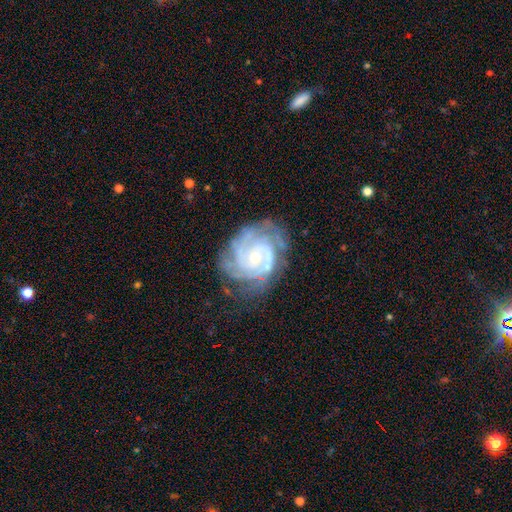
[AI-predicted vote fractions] Smooth or featured? featured or disk (88%)
Edge-on disk? no (98%)
Bar? no (66%)
Spiral arms? yes (97%)
Spiral winding? tight (67%)
Spiral arm count? 3 (27%)
Bulge size? small (70%)
Merging? none (69%)